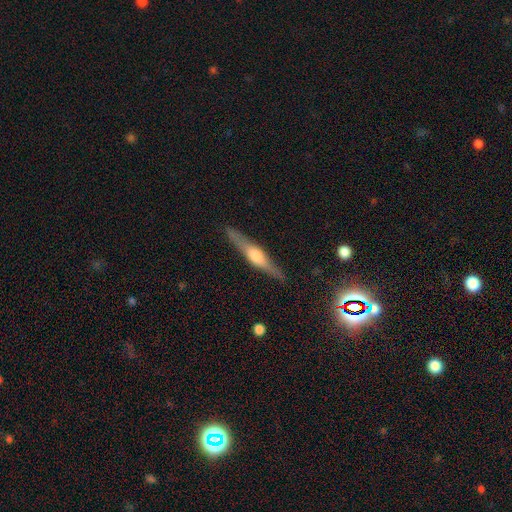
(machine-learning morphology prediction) Overall: featured or disk (70%). Edge-on disk: yes (97%). Edge-on bulge: rounded (88%). Merging: none (89%).